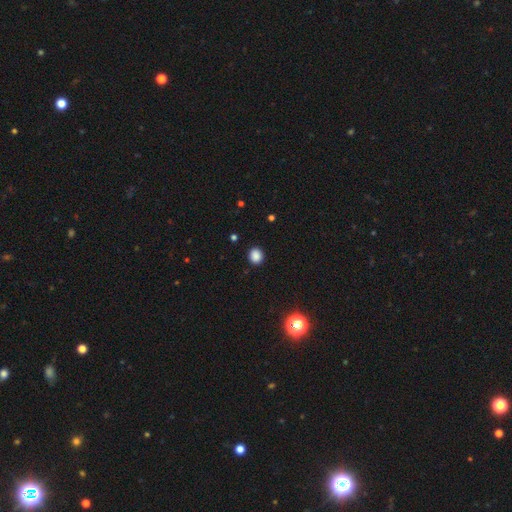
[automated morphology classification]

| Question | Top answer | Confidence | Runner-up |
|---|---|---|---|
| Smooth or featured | smooth | 85% | star or artifact (12%) |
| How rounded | round | 80% | in between (19%) |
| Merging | none | 91% | minor disturbance (6%) |